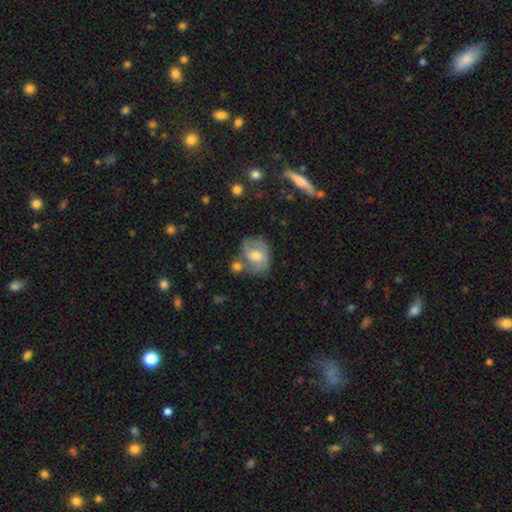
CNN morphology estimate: Q: Smooth or featured?
A: featured or disk (54%); runner-up: smooth (39%)
Q: Edge-on disk?
A: no (96%); runner-up: yes (4%)
Q: Bar?
A: no (48%); runner-up: weak (41%)
Q: Spiral arms?
A: yes (75%); runner-up: no (25%)
Q: Bulge size?
A: moderate (65%); runner-up: small (26%)
Q: Merging?
A: none (52%); runner-up: minor disturbance (21%)